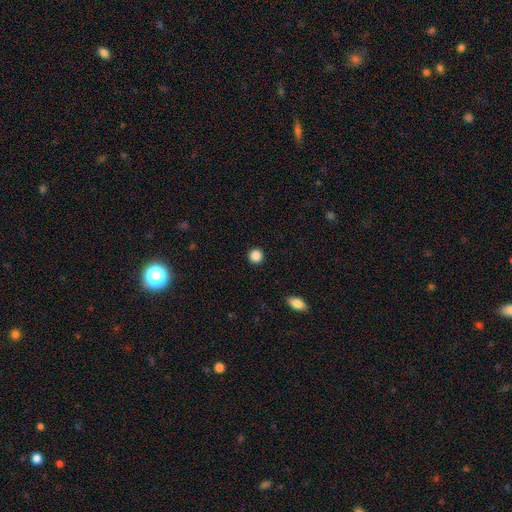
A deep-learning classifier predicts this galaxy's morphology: This appears to be a smooth galaxy with no disk features (87%) that is round (94%). Merging: none (93%).